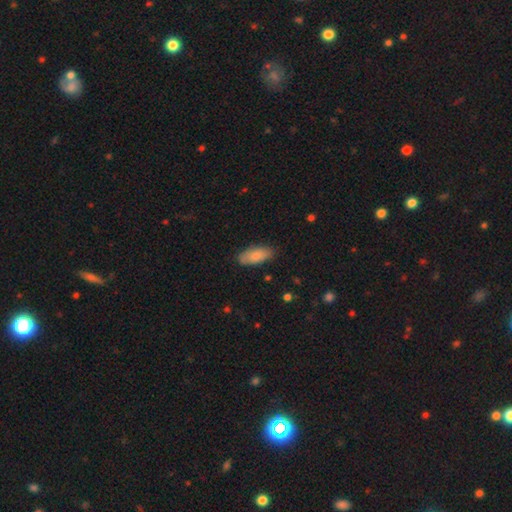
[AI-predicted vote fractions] Q: Smooth or featured?
A: smooth (83%); runner-up: featured or disk (11%)
Q: How rounded?
A: in between (84%); runner-up: cigar-shaped (14%)
Q: Merging?
A: none (83%); runner-up: minor disturbance (13%)